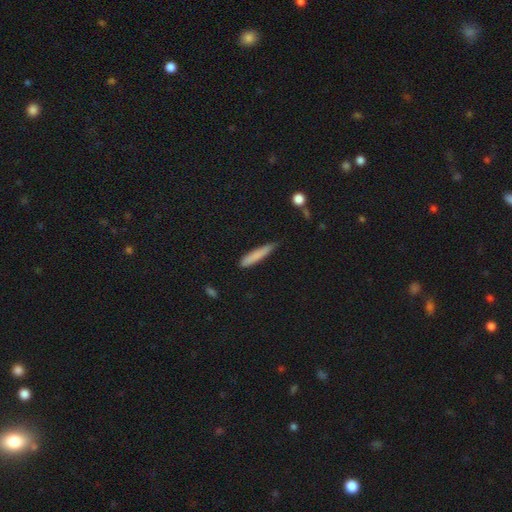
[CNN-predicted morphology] This appears to be a smooth galaxy with no disk features (79%) that is cigar-shaped (92%). Merging: none (70%).